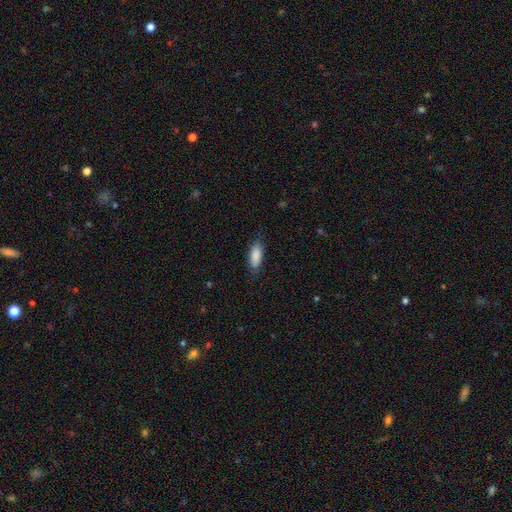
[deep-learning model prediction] Smooth or featured? smooth (87%)
How rounded? in between (75%)
Merging? none (81%)